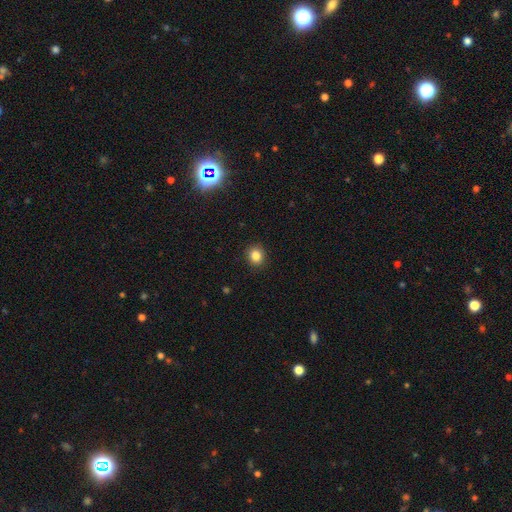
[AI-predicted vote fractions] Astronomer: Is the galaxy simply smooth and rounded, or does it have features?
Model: smooth — 84%.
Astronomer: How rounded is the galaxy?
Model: round — 79%.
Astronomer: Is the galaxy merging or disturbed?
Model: none — 91%.